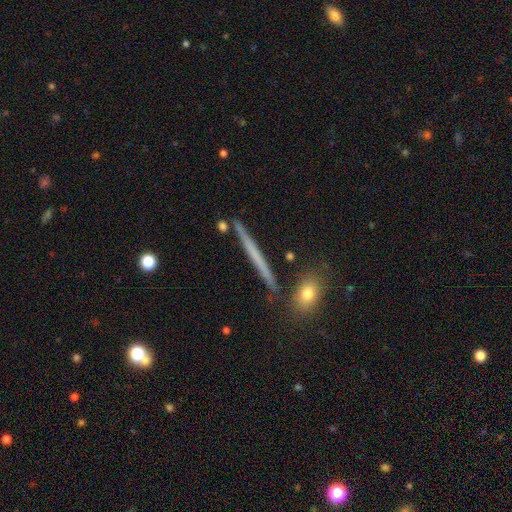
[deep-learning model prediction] smooth_or_featured: featured or disk (p=0.52) [alt: smooth p=0.41]
disk_edge_on: yes (p=0.96) [alt: no p=0.04]
edge_on_bulge: none (p=0.85) [alt: rounded p=0.10]
merging: none (p=0.88) [alt: minor disturbance p=0.08]